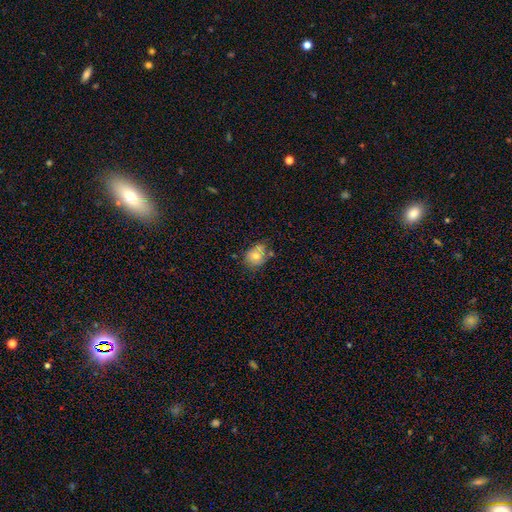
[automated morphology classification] type=smooth (67%); roundness=round (62%); merging=none (56%).